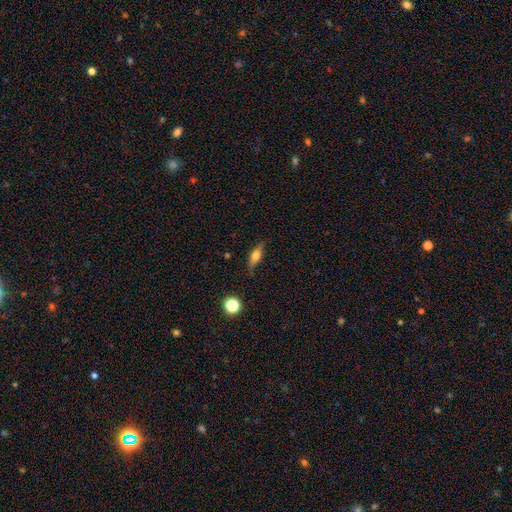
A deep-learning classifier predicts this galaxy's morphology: A smooth galaxy with no disk features (49%). Merging: none (76%).